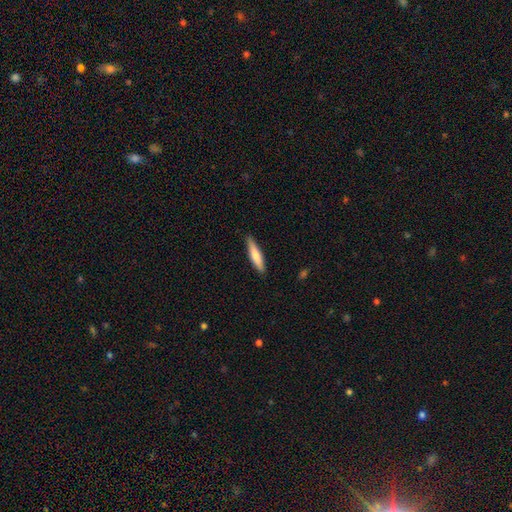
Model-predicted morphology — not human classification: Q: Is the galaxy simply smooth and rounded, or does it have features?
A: smooth — 73%.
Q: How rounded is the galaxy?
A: cigar-shaped — 84%.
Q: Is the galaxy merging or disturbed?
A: none — 87%.